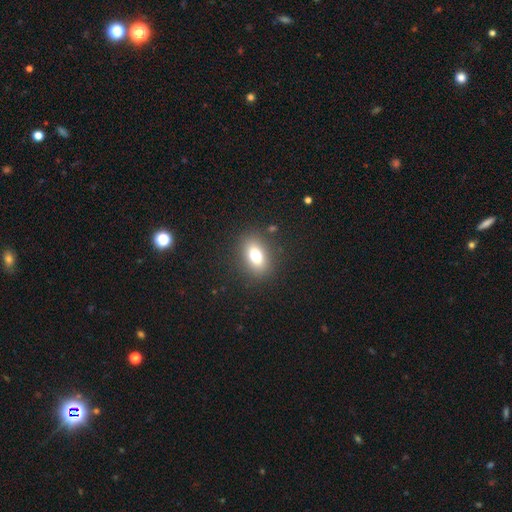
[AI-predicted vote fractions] Smooth or featured?
  - smooth: 75% *
  - featured or disk: 13%
  - star or artifact: 12%
How rounded?
  - in between: 77% *
  - round: 20%
  - cigar-shaped: 3%
Merging?
  - none: 86% *
  - minor disturbance: 9%
  - major disturbance: 4%
  - merger: 2%